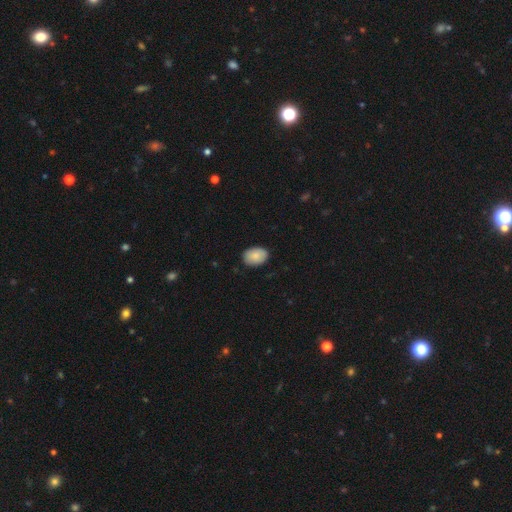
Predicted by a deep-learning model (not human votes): Smooth or featured: smooth — 87% (featured or disk — 7%)
How rounded: in between — 79% (round — 20%)
Merging: none — 86% (minor disturbance — 11%)